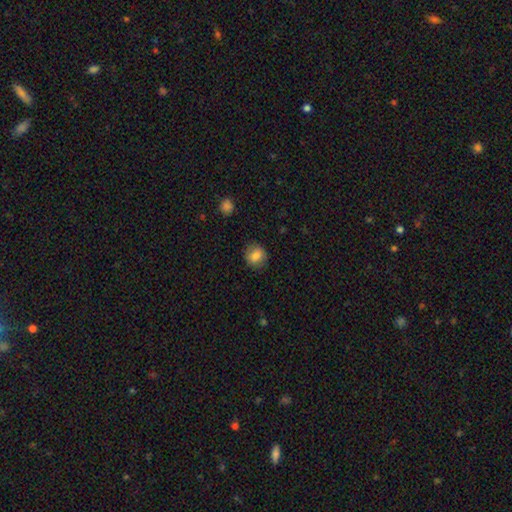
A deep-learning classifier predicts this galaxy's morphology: This appears to be a smooth galaxy with no disk features (81%) that is round (79%). Merging: none (83%).